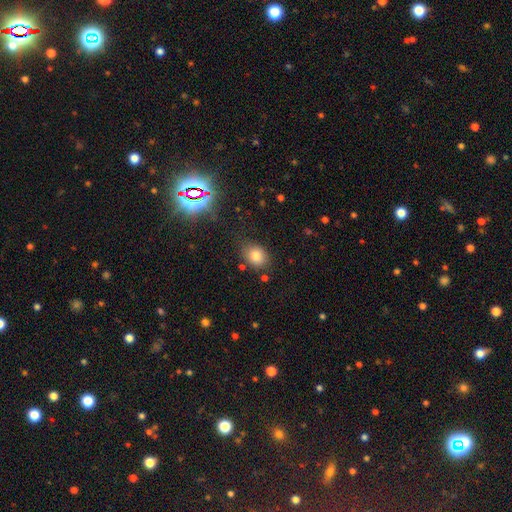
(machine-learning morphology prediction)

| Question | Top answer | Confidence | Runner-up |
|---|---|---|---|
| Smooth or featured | smooth | 78% | star or artifact (13%) |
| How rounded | in between | 53% | round (46%) |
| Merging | none | 76% | minor disturbance (16%) |